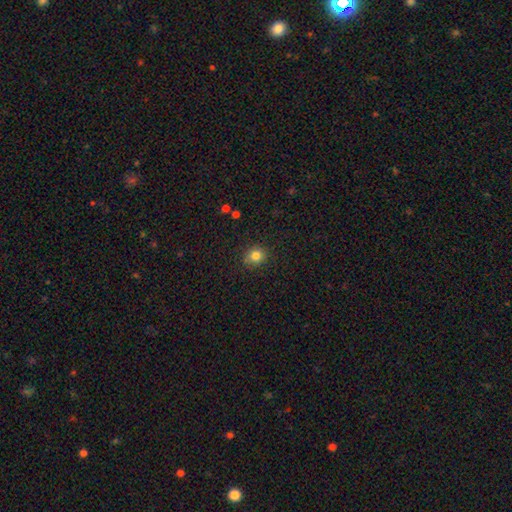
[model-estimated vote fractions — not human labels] This appears to be a smooth galaxy with no disk features (82%) that is round (83%). Merging: none (86%).